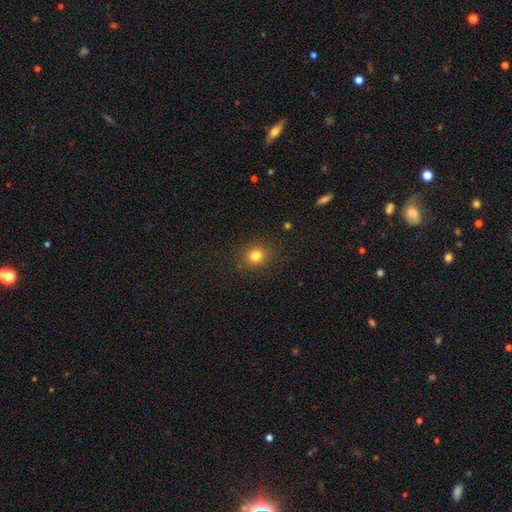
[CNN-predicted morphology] Smooth or featured: smooth — 80% (star or artifact — 14%)
How rounded: round — 81% (in between — 18%)
Merging: none — 89% (minor disturbance — 7%)